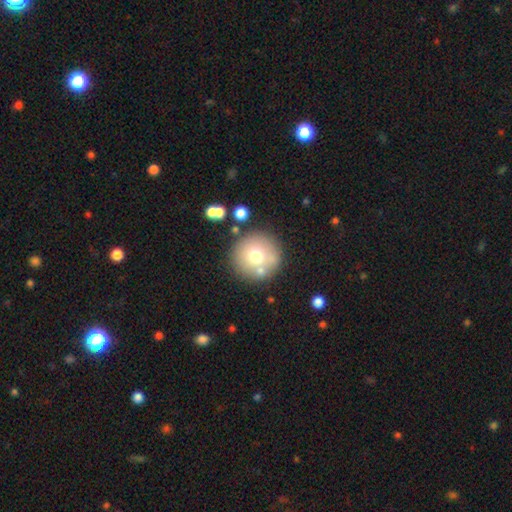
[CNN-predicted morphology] A smooth galaxy with no disk features (69%) that is round (95%). Merging: none (80%).